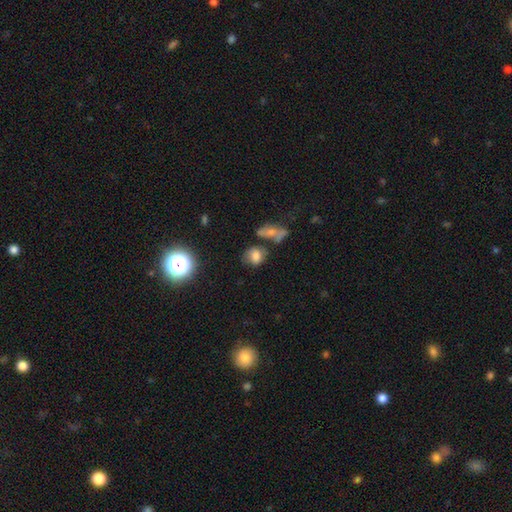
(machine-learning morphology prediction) Smooth or featured?
  - smooth: 70% *
  - star or artifact: 15%
  - featured or disk: 15%
How rounded?
  - round: 55% *
  - in between: 43%
  - cigar-shaped: 2%
Merging?
  - none: 55% *
  - minor disturbance: 21%
  - merger: 15%
  - major disturbance: 9%